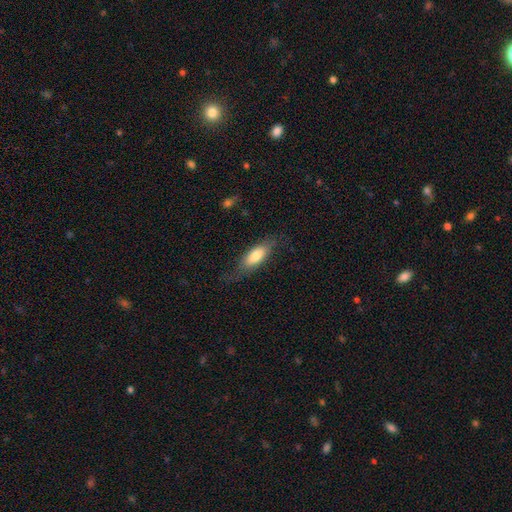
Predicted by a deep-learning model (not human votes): Q: Smooth or featured?
A: smooth (73%); runner-up: featured or disk (21%)
Q: How rounded?
A: in between (70%); runner-up: cigar-shaped (28%)
Q: Merging?
A: none (64%); runner-up: minor disturbance (23%)